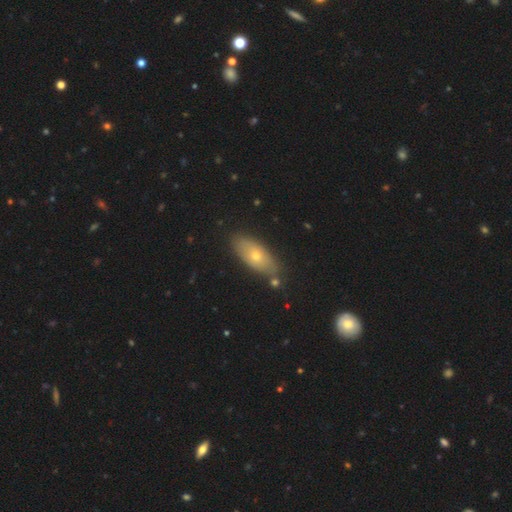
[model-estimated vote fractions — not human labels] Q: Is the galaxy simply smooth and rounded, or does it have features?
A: smooth — 62%.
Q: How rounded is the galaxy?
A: in between — 78%.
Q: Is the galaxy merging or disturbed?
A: none — 79%.